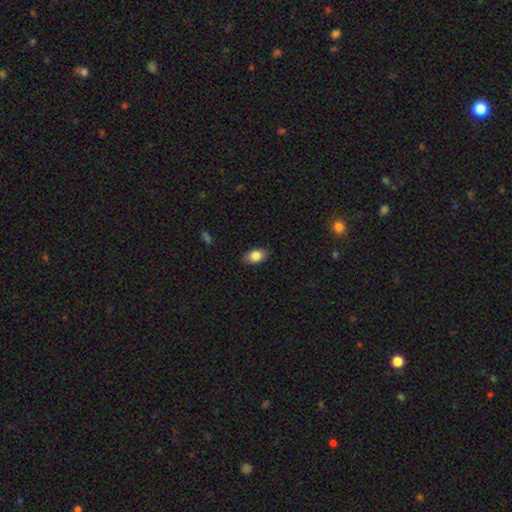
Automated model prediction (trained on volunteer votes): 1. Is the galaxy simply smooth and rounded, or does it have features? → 84% smooth, 9% featured or disk, 8% star or artifact.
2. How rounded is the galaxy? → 86% in between, 12% round, 2% cigar-shaped.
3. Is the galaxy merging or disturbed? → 85% none, 12% minor disturbance, 2% major disturbance, 1% merger.